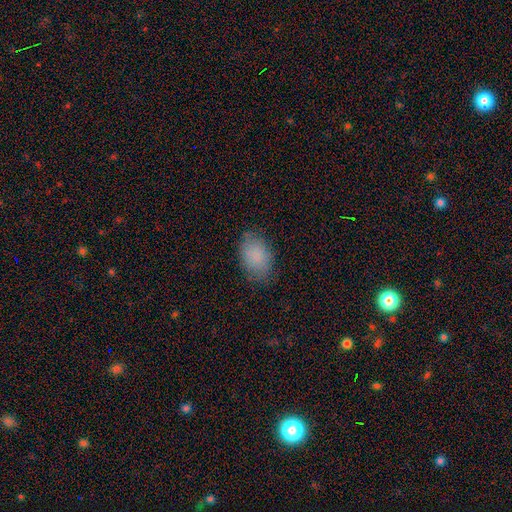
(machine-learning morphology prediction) Smooth or featured: smooth — 86% (star or artifact — 8%)
How rounded: in between — 87% (round — 12%)
Merging: none — 78% (minor disturbance — 17%)